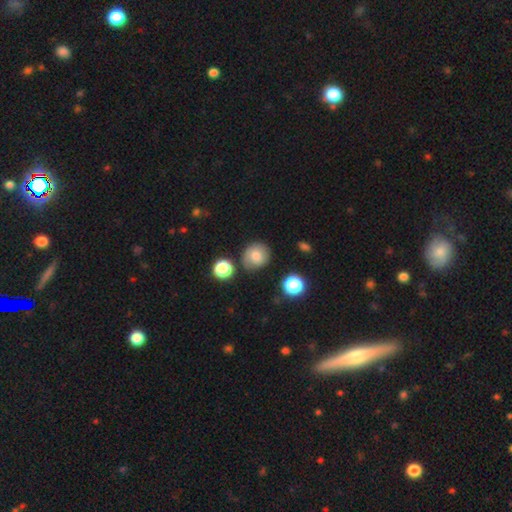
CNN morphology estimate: Smooth or featured? smooth (78%)
How rounded? round (85%)
Merging? none (76%)